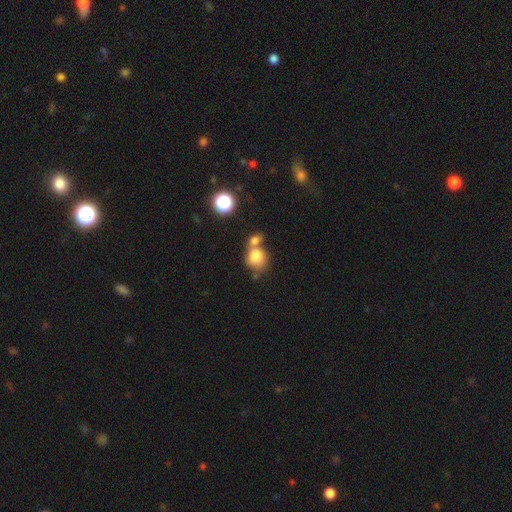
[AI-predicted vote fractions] smooth-or-featured: smooth: 80% | star or artifact: 10% | featured or disk: 10%
  how-rounded: round: 73% | in between: 26% | cigar-shaped: 1%
  merging: merger: 50% | none: 34% | minor disturbance: 11% | major disturbance: 5%